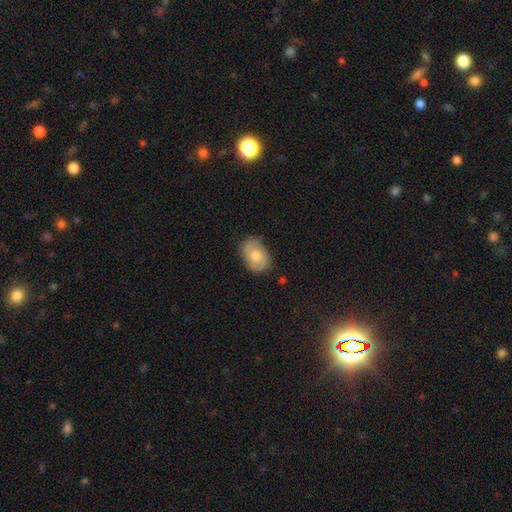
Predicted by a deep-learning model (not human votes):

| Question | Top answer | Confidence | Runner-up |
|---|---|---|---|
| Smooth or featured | smooth | 55% | featured or disk (38%) |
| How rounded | in between | 80% | round (19%) |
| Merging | none | 74% | minor disturbance (20%) |